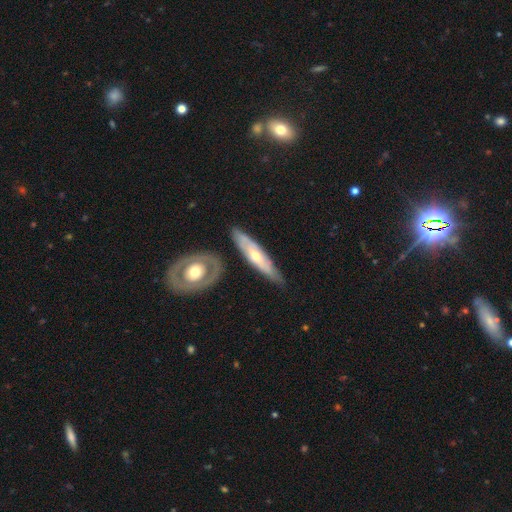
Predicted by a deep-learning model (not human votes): The model was most divided on "edge-on disk": no: 52%, yes: 48%. More confident: merging — none (72%); smooth or featured — featured or disk (63%).